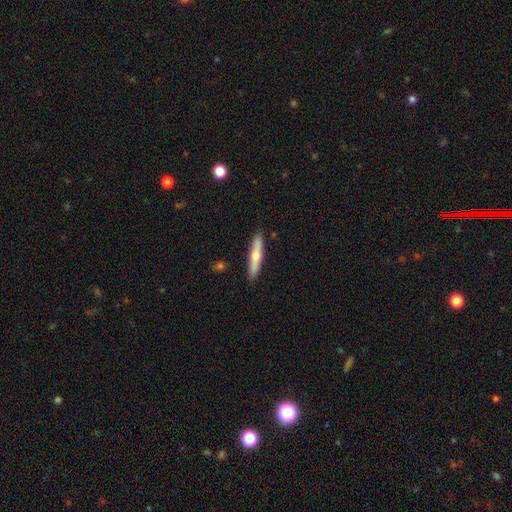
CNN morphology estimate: Smooth or featured?
  - smooth: 47% * (tied)
  - featured or disk: 47% * (tied)
  - star or artifact: 6%
Merging?
  - none: 90% *
  - minor disturbance: 7%
  - major disturbance: 1%
  - merger: 1%